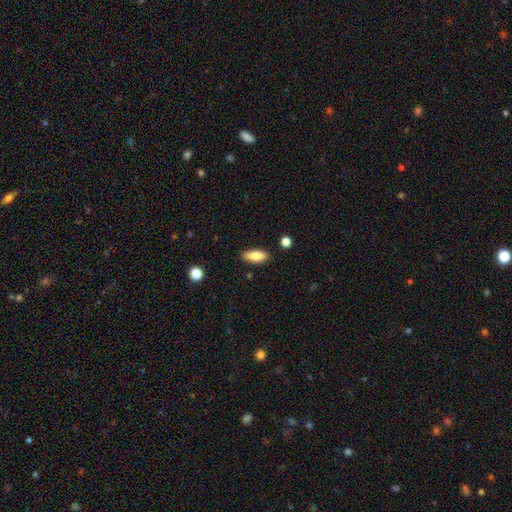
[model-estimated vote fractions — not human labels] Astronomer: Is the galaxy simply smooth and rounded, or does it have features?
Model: smooth — 81%.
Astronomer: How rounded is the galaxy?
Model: in between — 76%.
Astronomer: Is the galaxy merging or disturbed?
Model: none — 86%.